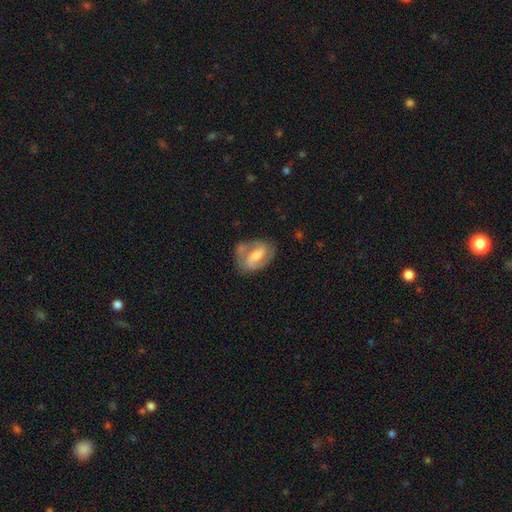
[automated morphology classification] Smooth or featured? Predicted: featured or disk (p=0.78). Edge-on disk? Predicted: no (p=0.97). Bar? Predicted: weak (p=0.43). Spiral arms? Predicted: yes (p=0.92). Spiral winding? Predicted: medium (p=0.52). Spiral arm count? Predicted: 2 (p=0.87). Bulge size? Predicted: moderate (p=0.49). Merging? Predicted: none (p=0.67).